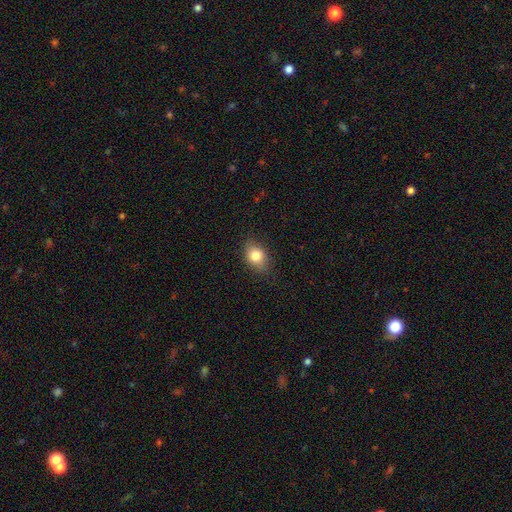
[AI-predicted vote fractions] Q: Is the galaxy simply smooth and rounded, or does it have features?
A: smooth — 80%.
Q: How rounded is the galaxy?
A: in between — 68%.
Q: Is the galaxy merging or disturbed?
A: none — 82%.